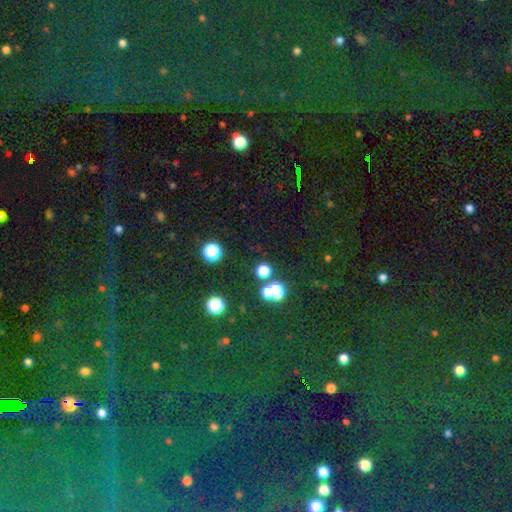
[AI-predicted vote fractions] A star or artifact, not a galaxy (78%).